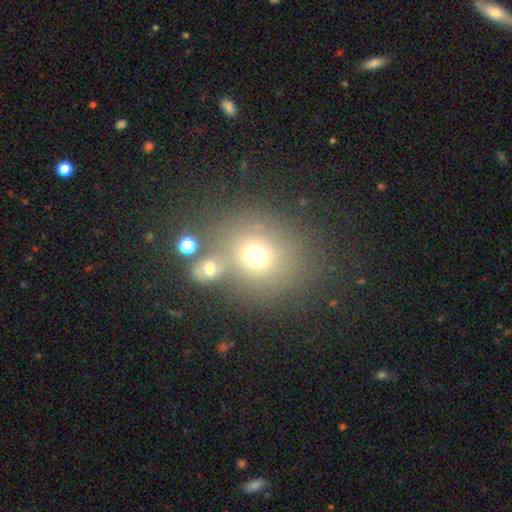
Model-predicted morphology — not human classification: smooth 67%, star or artifact 18%, featured or disk 15%. Down the decision tree: how rounded — round (79%); merging — none (58%).